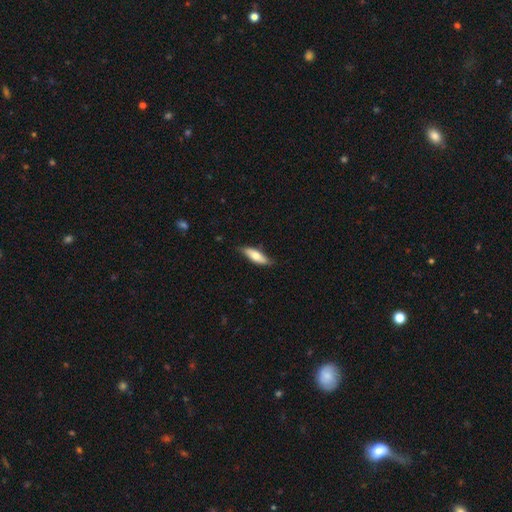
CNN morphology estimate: smooth_or_featured: smooth (p=0.67) [alt: featured or disk p=0.27]
how_rounded: in between (p=0.51) [alt: cigar-shaped p=0.47]
merging: none (p=0.77) [alt: minor disturbance p=0.19]